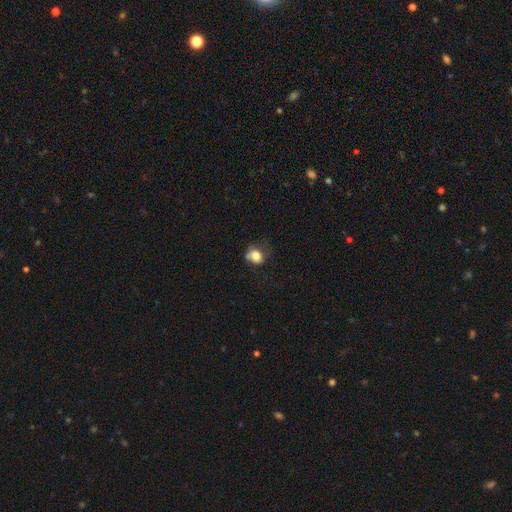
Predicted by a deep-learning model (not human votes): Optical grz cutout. It shows a smooth galaxy with no disk features (75%) that is round (59%). Merging: none (41%).